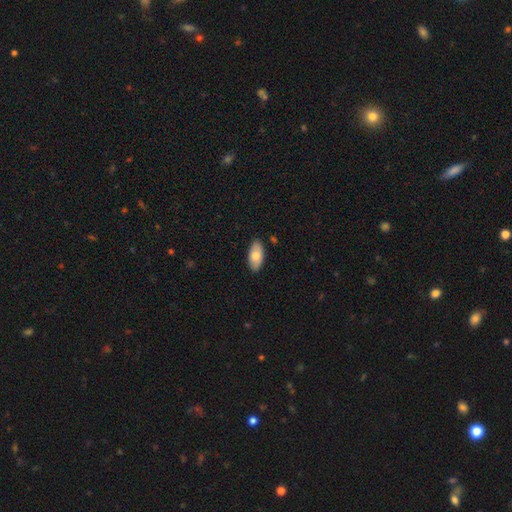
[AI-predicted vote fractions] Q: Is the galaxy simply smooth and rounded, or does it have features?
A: smooth — 73%.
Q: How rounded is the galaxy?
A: in between — 93%.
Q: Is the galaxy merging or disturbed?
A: none — 87%.